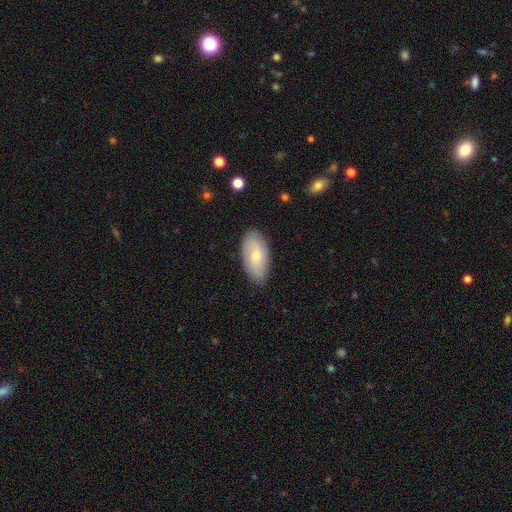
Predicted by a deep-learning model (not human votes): Smooth or featured? Predicted: smooth (p=0.57). How rounded? Predicted: in between (p=0.93). Merging? Predicted: none (p=0.85).